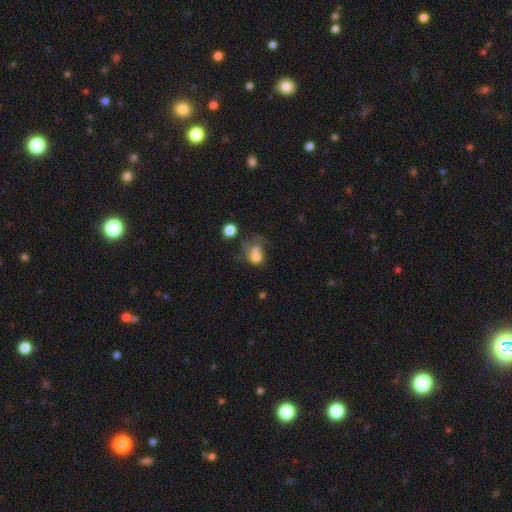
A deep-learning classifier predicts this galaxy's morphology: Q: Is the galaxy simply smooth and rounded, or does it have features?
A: smooth — 66%.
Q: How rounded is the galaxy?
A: round — 53%.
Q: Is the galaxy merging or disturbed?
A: merger — 56%.